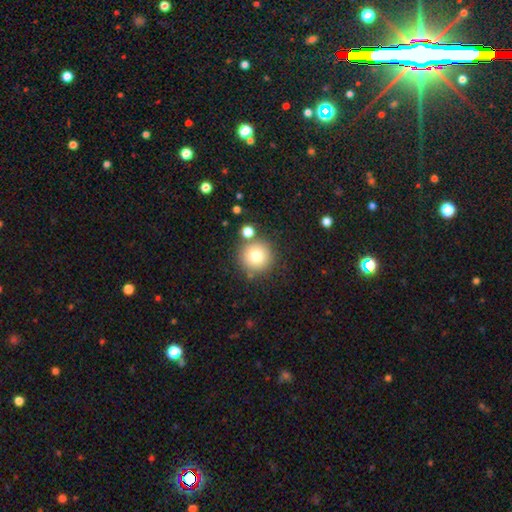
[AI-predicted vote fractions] This is likely a smooth galaxy (78%). How rounded: clearly round (95%). Merging: likely none (79%).